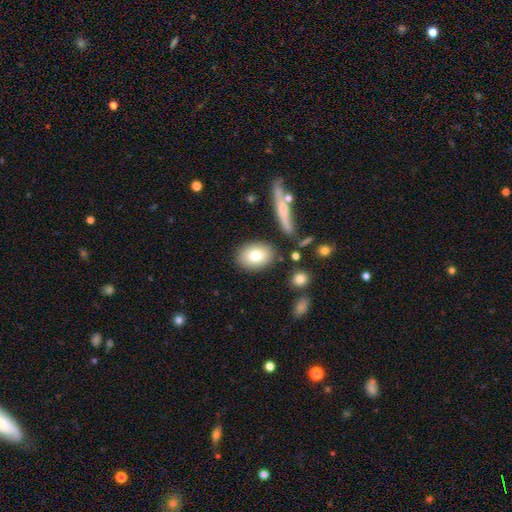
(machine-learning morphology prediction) smooth 78%, featured or disk 14%, star or artifact 8%. Down the decision tree: how rounded — in between (74%); merging — none (83%).